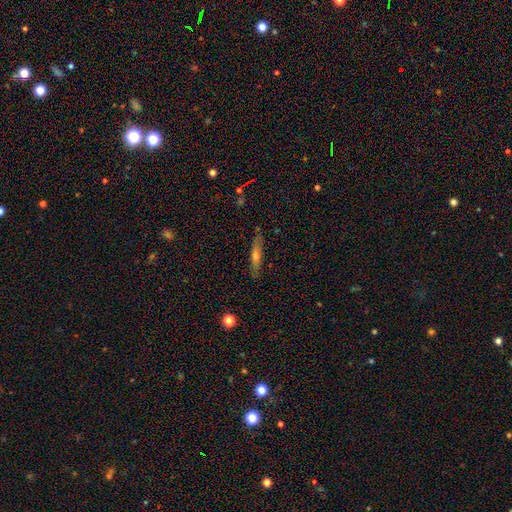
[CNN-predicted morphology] Smooth or featured: smooth — 46% (featured or disk — 45%)
Merging: none — 84% (minor disturbance — 12%)